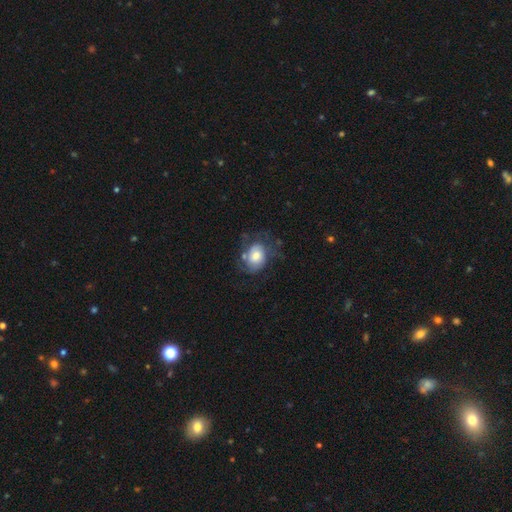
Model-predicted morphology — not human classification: Smooth or featured? Predicted: featured or disk (p=0.46, tied with smooth). Merging? Predicted: none (p=0.48).